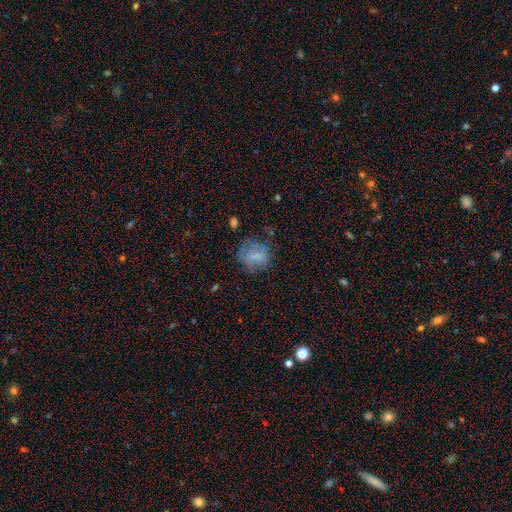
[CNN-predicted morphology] type=smooth (62%); roundness=round (66%); merging=none (62%).